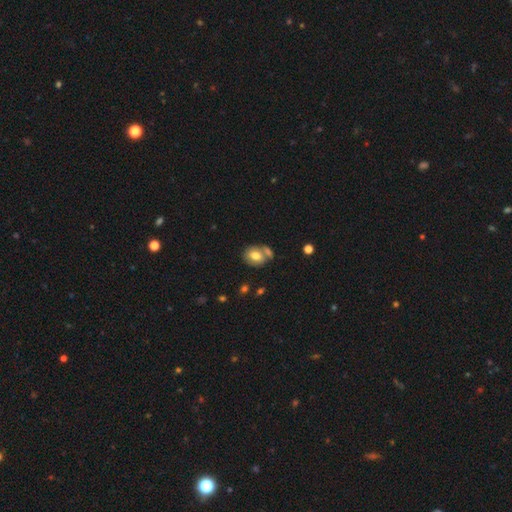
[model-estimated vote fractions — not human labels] Morphology: type=smooth (72%); roundness=in between (53%); merging=none (54%).